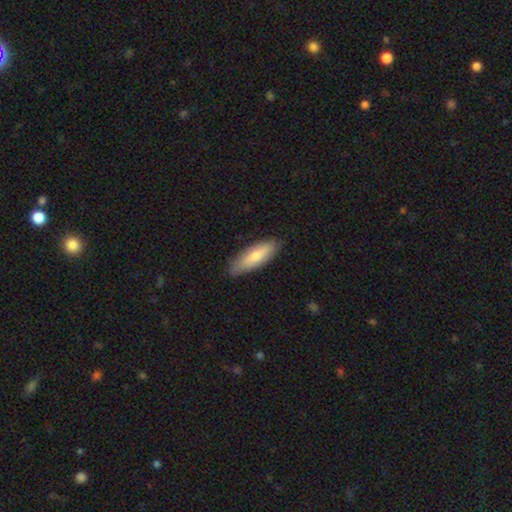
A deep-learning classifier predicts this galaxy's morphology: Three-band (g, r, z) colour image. It shows a smooth galaxy with no disk features (69%) that is in between round and cigar-shaped (54%). Merging: none (85%).